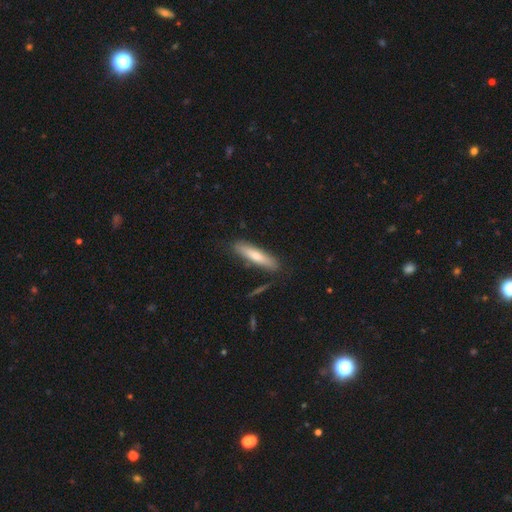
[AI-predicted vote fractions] This appears to be a smooth galaxy with no disk features (63%) that is cigar-shaped (83%). Merging: none (83%).